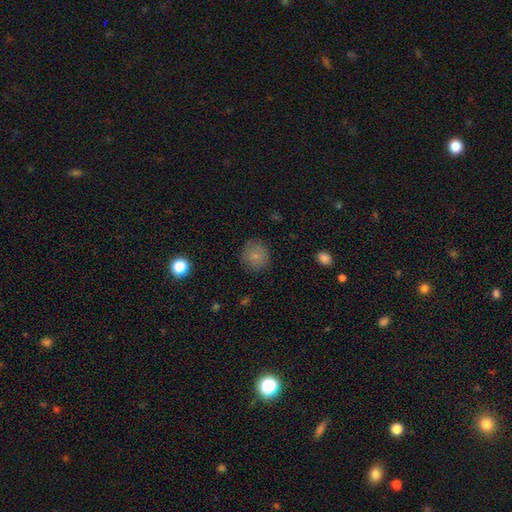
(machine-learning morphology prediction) Smooth or featured: smooth — 80% (star or artifact — 11%)
How rounded: round — 90% (in between — 9%)
Merging: none — 84% (minor disturbance — 12%)